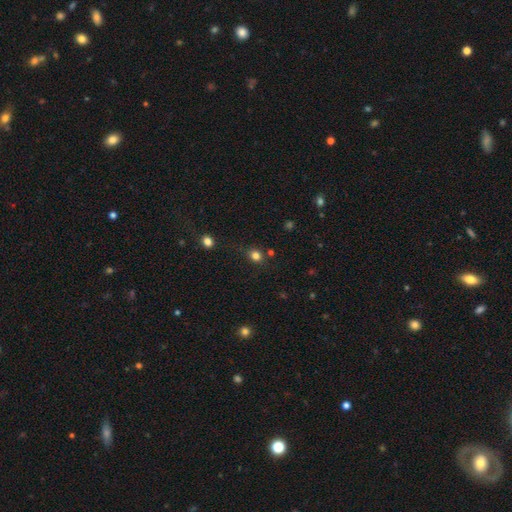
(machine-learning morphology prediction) This appears to be a smooth galaxy with no disk features (78%) that is round (76%). Merging: none (75%).